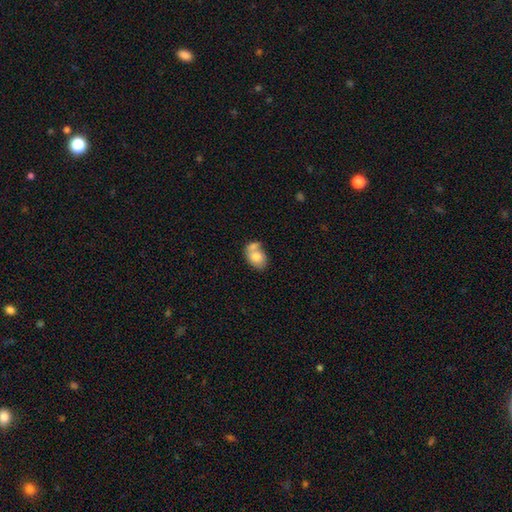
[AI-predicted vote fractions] This is likely a smooth galaxy (75%). How rounded: likely in between (77%). Merging: possibly merger (48%).